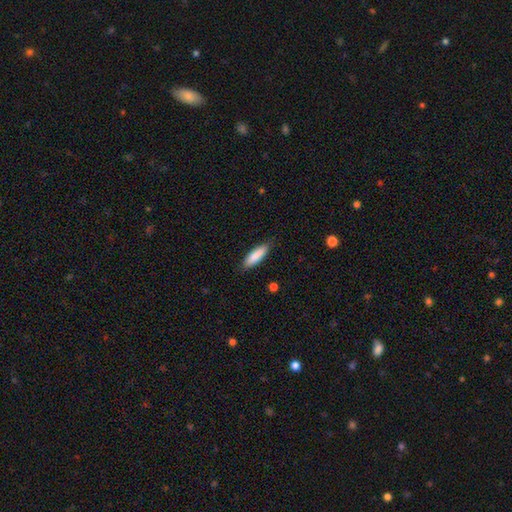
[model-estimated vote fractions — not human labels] Q: Smooth or featured?
A: smooth (86%); runner-up: featured or disk (9%)
Q: How rounded?
A: cigar-shaped (49%); tied with: in between (49%)
Q: Merging?
A: none (85%); runner-up: minor disturbance (11%)